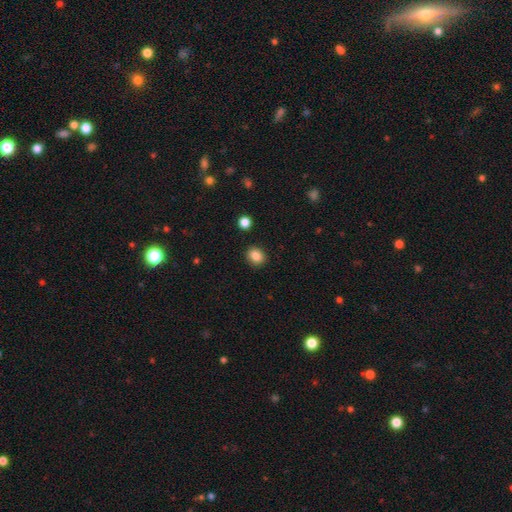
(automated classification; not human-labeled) smooth 86%, star or artifact 10%, featured or disk 4%. Down the decision tree: how rounded — round (68%); merging — none (90%).